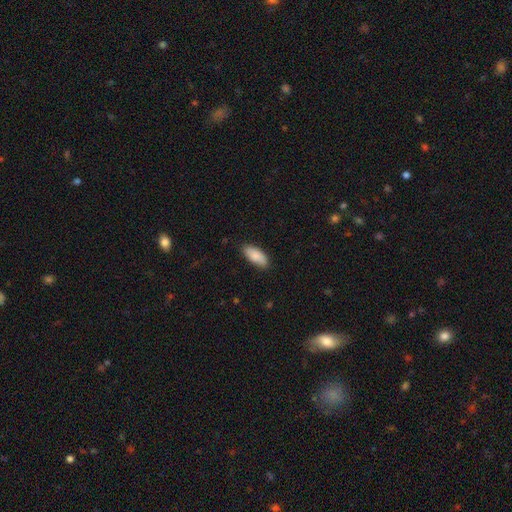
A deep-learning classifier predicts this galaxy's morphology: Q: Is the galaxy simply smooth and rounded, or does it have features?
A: smooth — 86%.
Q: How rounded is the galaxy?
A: in between — 84%.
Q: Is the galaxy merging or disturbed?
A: none — 81%.